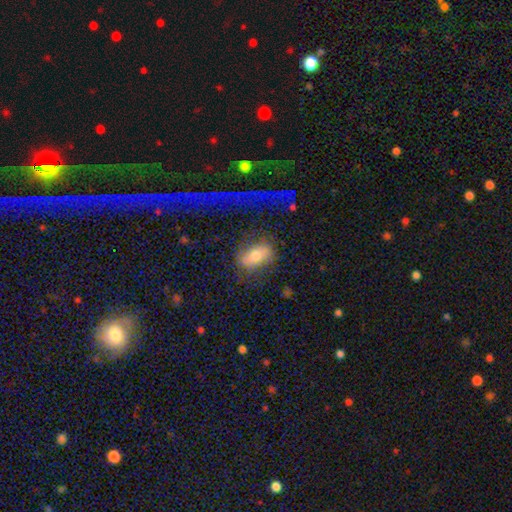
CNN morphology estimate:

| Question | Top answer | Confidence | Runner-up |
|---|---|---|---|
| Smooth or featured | smooth | 62% | featured or disk (28%) |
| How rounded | in between | 84% | round (11%) |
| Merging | none | 63% | minor disturbance (17%) |